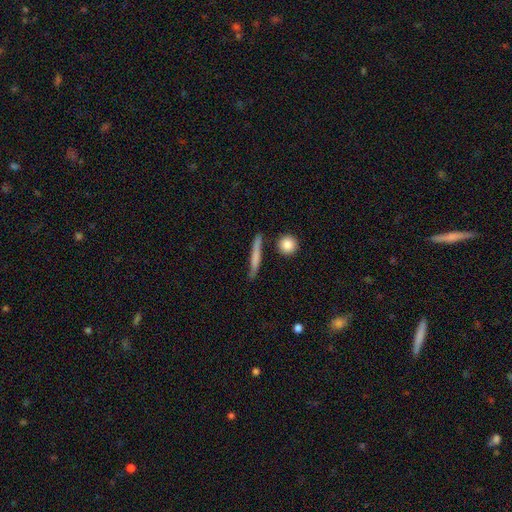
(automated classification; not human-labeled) Smooth or featured? smooth (60%)
How rounded? cigar-shaped (90%)
Merging? none (82%)